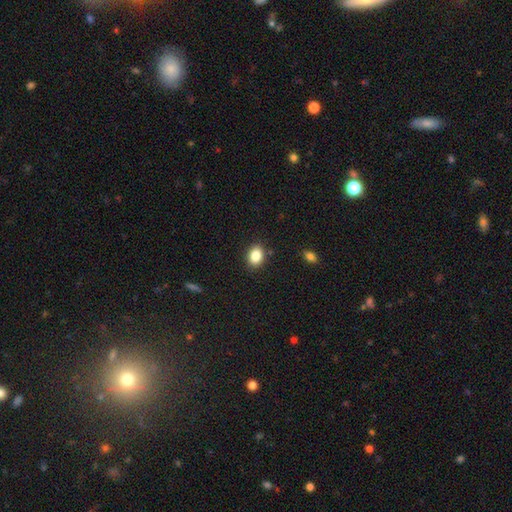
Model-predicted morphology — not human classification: A smooth galaxy with no disk features (85%) that is in between round and cigar-shaped (67%).

Vote fractions:
- Smooth or featured? smooth: 85% / star or artifact: 9% / featured or disk: 6%
- How rounded? in between: 67% / round: 32% / cigar-shaped: 1%
- Merging? none: 87% / minor disturbance: 9% / major disturbance: 2% / merger: 2%